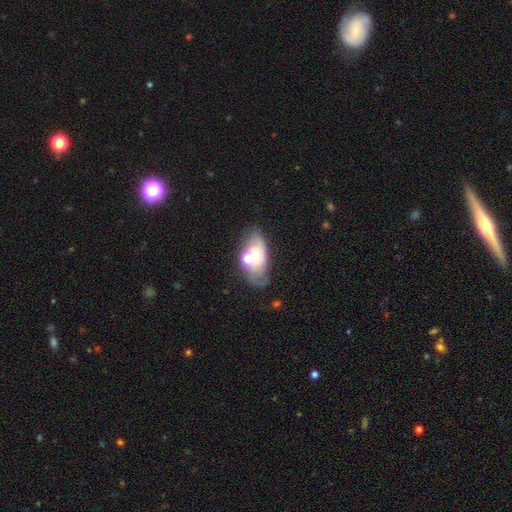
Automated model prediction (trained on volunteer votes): This appears to be a smooth galaxy with no disk features (47%). Merging: none (44%).